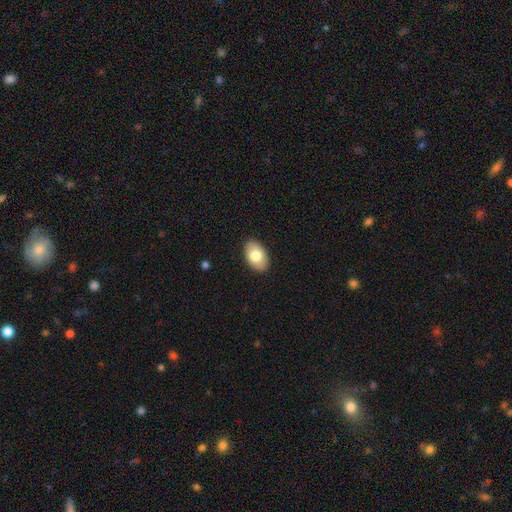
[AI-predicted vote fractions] Overall: smooth (78%). How rounded: in between (92%). Merging: none (88%).